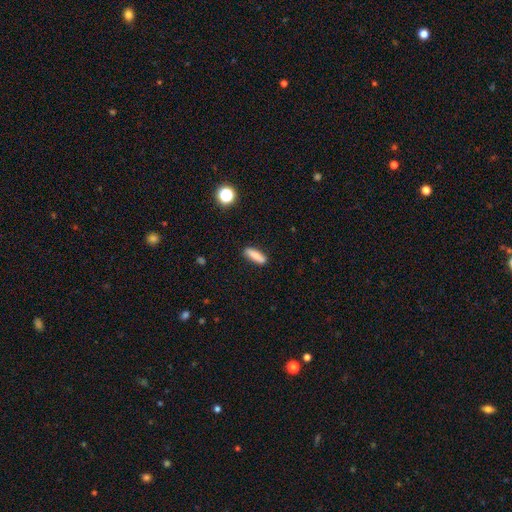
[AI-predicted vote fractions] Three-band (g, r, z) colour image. It shows a smooth galaxy with no disk features (82%) that is cigar-shaped (64%). Merging: none (86%).